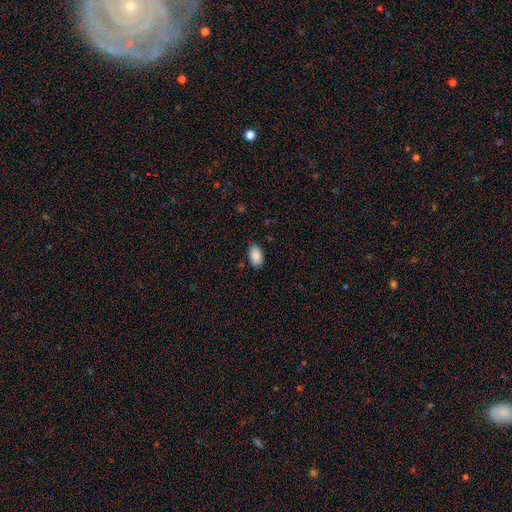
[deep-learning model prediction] This is clearly a smooth galaxy (90%). How rounded: clearly in between (94%). Merging: clearly none (85%).